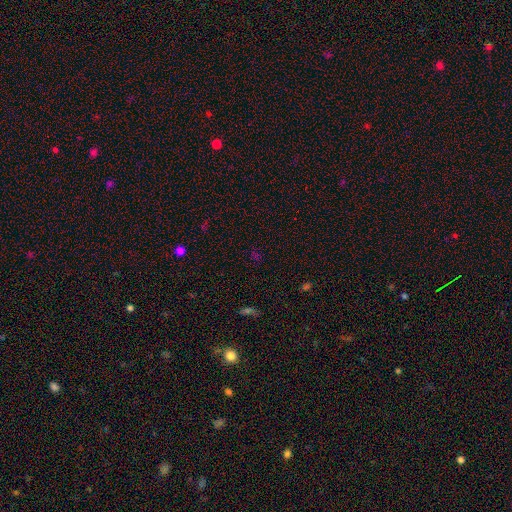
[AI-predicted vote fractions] Q: Smooth or featured?
A: star or artifact (62%); runner-up: smooth (30%)